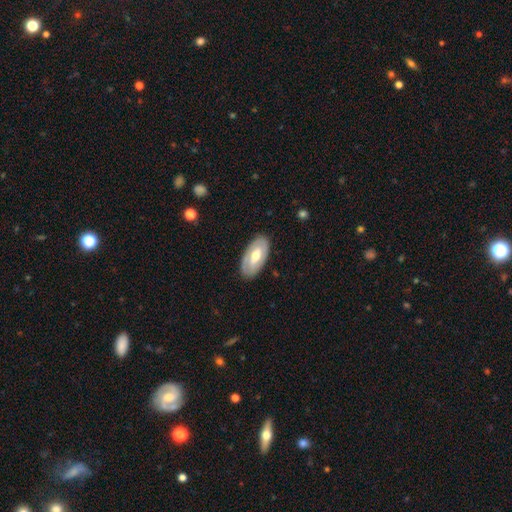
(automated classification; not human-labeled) The model was most divided on "smooth or featured": featured or disk: 51%, smooth: 43%, star or artifact: 5%. More confident: edge-on disk — no (87%); merging — none (86%).